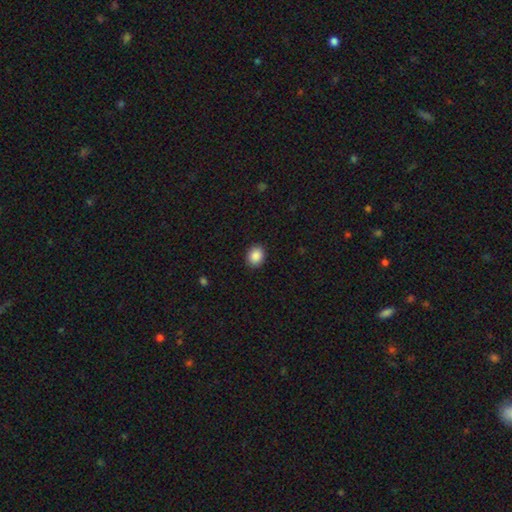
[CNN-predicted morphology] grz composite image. It shows a smooth galaxy with no disk features (88%) that is round (57%). Merging: none (90%).